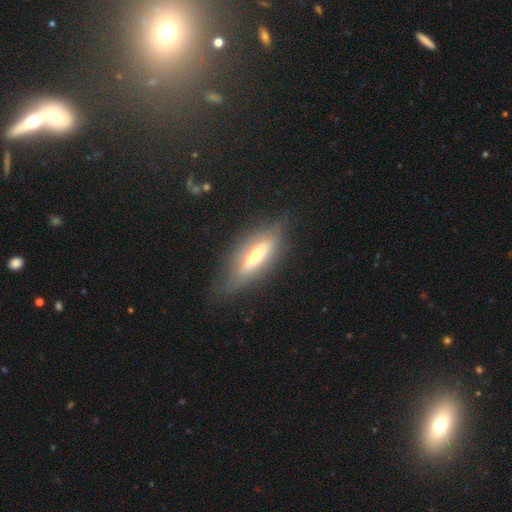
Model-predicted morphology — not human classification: The model was most divided on "smooth or featured": featured or disk: 51%, smooth: 43%, star or artifact: 7%. More confident: edge-on disk — yes (73%); merging — none (69%).